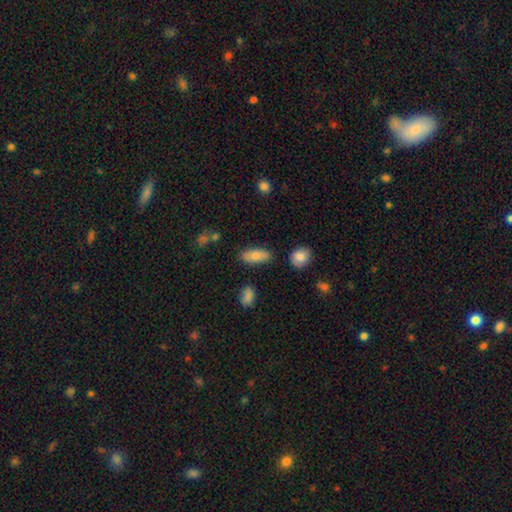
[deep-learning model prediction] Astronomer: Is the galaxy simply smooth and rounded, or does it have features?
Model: smooth — 76%.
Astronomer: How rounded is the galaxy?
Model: in between — 85%.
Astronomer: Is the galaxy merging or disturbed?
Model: none — 82%.